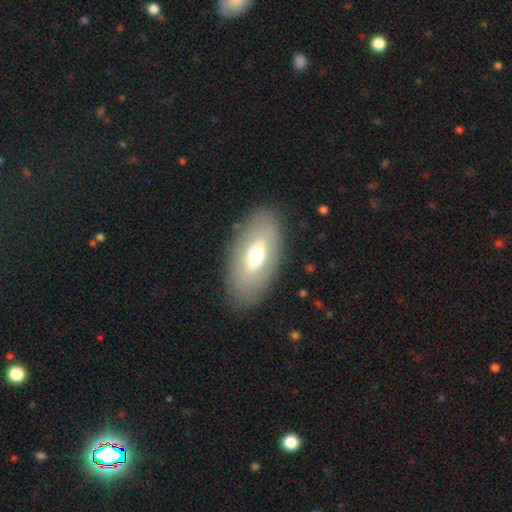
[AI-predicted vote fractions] smooth-or-featured: smooth: 54% | featured or disk: 40% | star or artifact: 7%
  how-rounded: in between: 90% | cigar-shaped: 7% | round: 3%
  merging: none: 85% | minor disturbance: 10% | major disturbance: 4% | merger: 1%